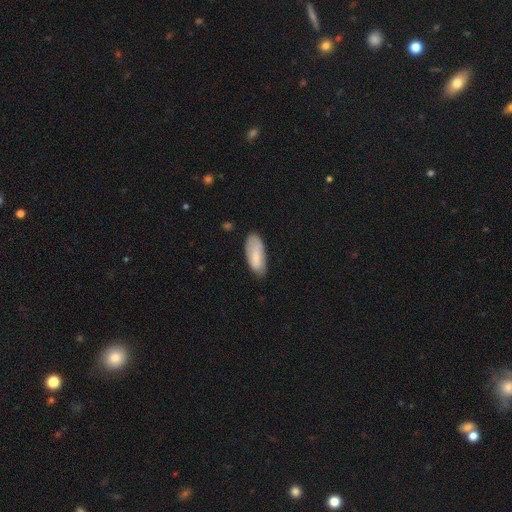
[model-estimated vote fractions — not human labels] The model was most divided on "merging": none: 65%, minor disturbance: 27%, major disturbance: 6%, merger: 2%. More confident: how rounded — in between (82%); smooth or featured — smooth (77%).